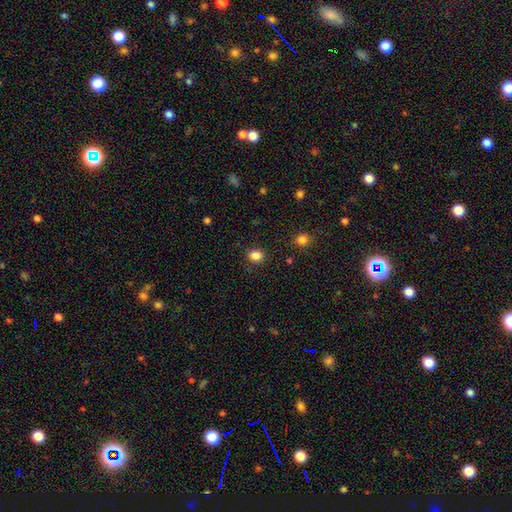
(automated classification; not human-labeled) smooth 85%, star or artifact 11%, featured or disk 4%. Down the decision tree: how rounded — round (63%); merging — none (87%).